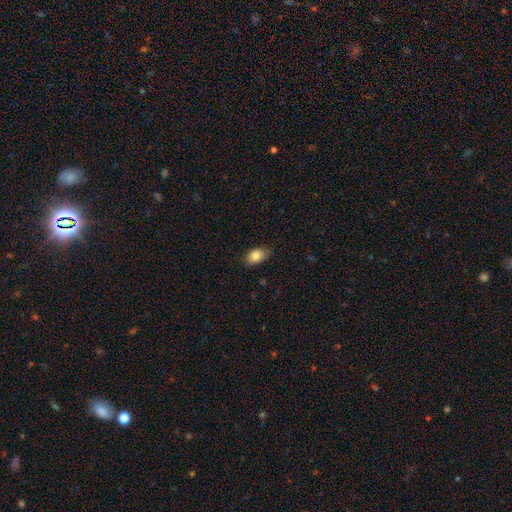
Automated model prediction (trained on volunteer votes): Smooth or featured?
  - smooth: 83% *
  - featured or disk: 9%
  - star or artifact: 8%
How rounded?
  - in between: 85% *
  - round: 13%
  - cigar-shaped: 2%
Merging?
  - none: 78% *
  - minor disturbance: 18%
  - major disturbance: 3%
  - merger: 1%